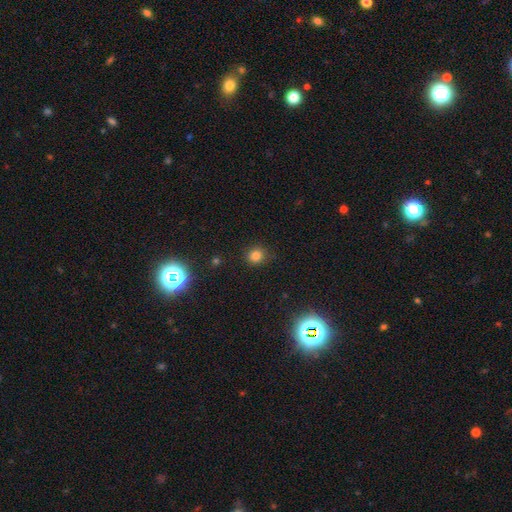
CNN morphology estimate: A smooth galaxy with no disk features (79%) that is round (87%). Merging: none (84%).